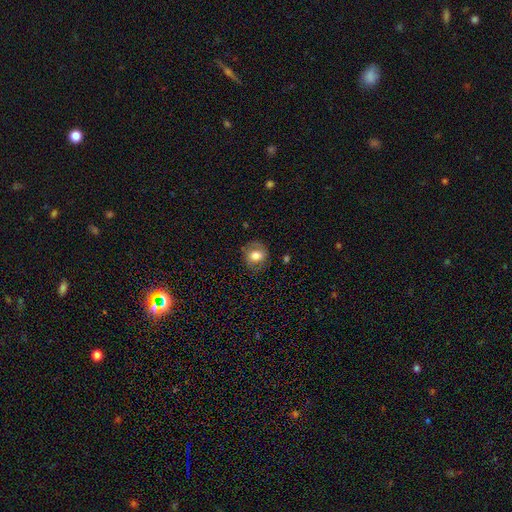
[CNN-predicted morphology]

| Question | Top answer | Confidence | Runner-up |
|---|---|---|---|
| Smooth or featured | smooth | 72% | featured or disk (19%) |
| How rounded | round | 72% | in between (27%) |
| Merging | none | 75% | minor disturbance (17%) |